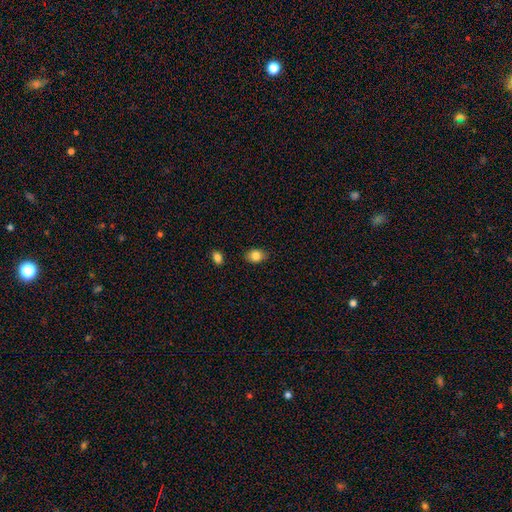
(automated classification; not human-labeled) smooth_or_featured: smooth (p=0.84) [alt: star or artifact p=0.09]
how_rounded: in between (p=0.68) [alt: round p=0.31]
merging: none (p=0.83) [alt: minor disturbance p=0.13]